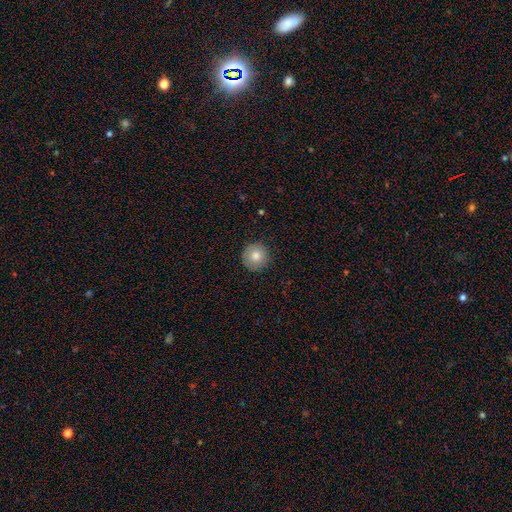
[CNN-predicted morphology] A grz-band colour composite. It shows a smooth galaxy with no disk features (80%) that is round (95%). Merging: none (89%).